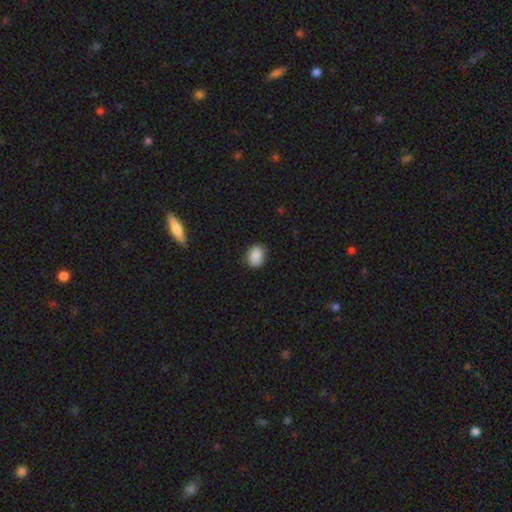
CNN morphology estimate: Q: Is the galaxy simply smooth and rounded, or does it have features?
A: smooth — 86%.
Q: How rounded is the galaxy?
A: in between — 55%.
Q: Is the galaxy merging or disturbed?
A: none — 81%.